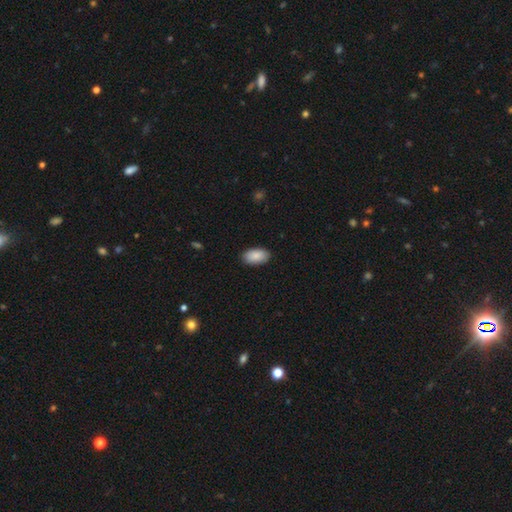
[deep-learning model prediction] Smooth or featured?
  - smooth: 90% *
  - star or artifact: 6%
  - featured or disk: 4%
How rounded?
  - in between: 95% *
  - round: 4%
  - cigar-shaped: 2%
Merging?
  - none: 89% *
  - minor disturbance: 8%
  - major disturbance: 2%
  - merger: 1%